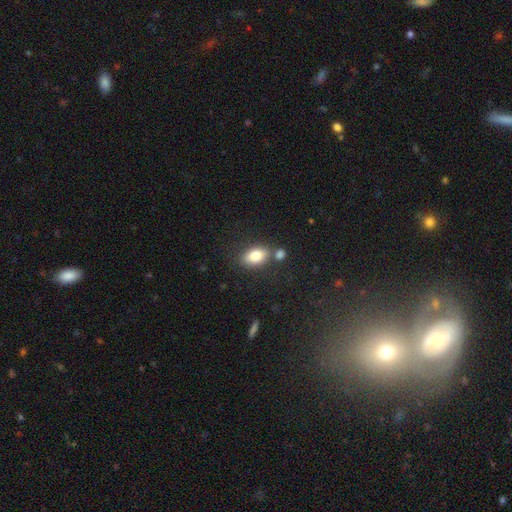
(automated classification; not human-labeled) Smooth or featured?
  - smooth: 80% *
  - featured or disk: 12%
  - star or artifact: 8%
How rounded?
  - in between: 87% *
  - round: 9%
  - cigar-shaped: 3%
Merging?
  - none: 69% *
  - merger: 16%
  - minor disturbance: 12%
  - major disturbance: 4%